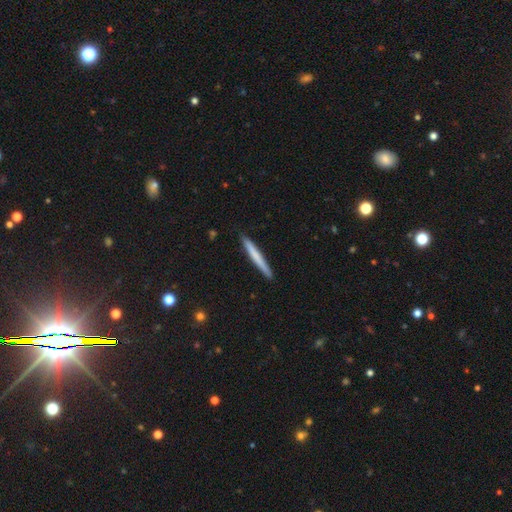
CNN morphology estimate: smooth-or-featured: smooth: 65% | featured or disk: 30% | star or artifact: 5%
  how-rounded: cigar-shaped: 97% | in between: 2% | round: 1%
  merging: none: 91% | minor disturbance: 7% | major disturbance: 1% | merger: 1%